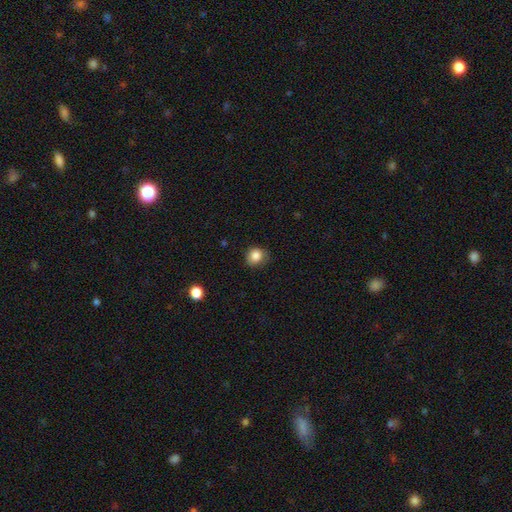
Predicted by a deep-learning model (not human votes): Smooth or featured? Predicted: smooth (p=0.84). How rounded? Predicted: round (p=0.76). Merging? Predicted: none (p=0.71).